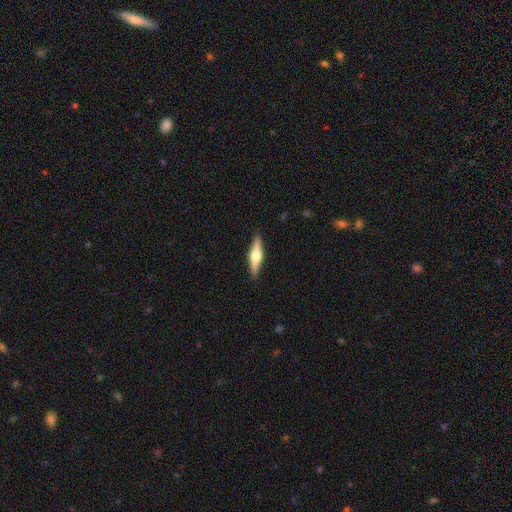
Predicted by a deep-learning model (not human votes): This is likely a featured or disk galaxy (63%). It is clearly viewed edge-on (97%). Edge-on bulge: clearly rounded (94%). Merging: clearly none (91%).